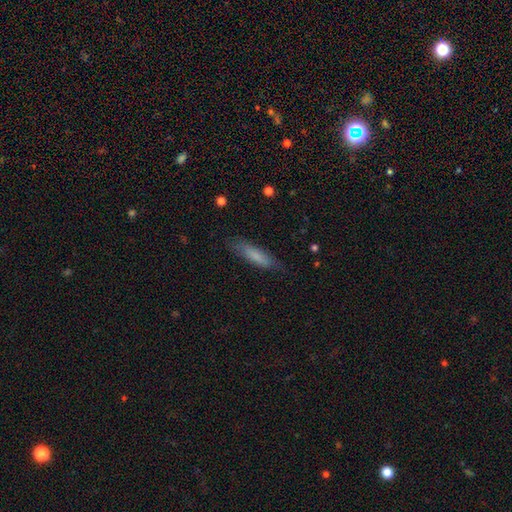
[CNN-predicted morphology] smooth-or-featured: smooth: 75% | featured or disk: 19% | star or artifact: 7%
  how-rounded: cigar-shaped: 74% | in between: 25% | round: 2%
  merging: none: 79% | minor disturbance: 16% | major disturbance: 4% | merger: 1%